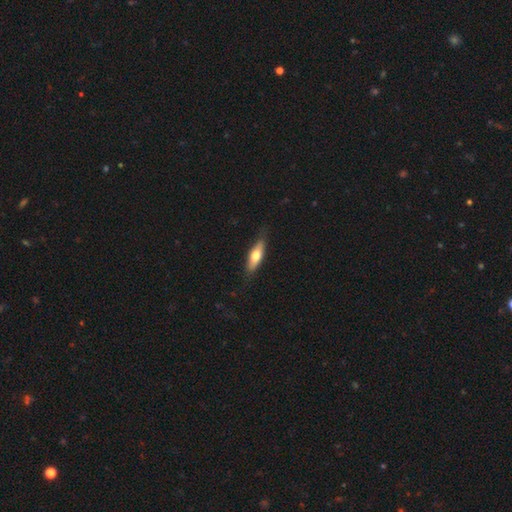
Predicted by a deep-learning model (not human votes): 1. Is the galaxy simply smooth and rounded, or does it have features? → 61% smooth, 34% featured or disk, 5% star or artifact.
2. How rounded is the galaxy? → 51% cigar-shaped, 47% in between, 2% round.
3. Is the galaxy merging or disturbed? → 81% none, 15% minor disturbance, 3% major disturbance, 1% merger.